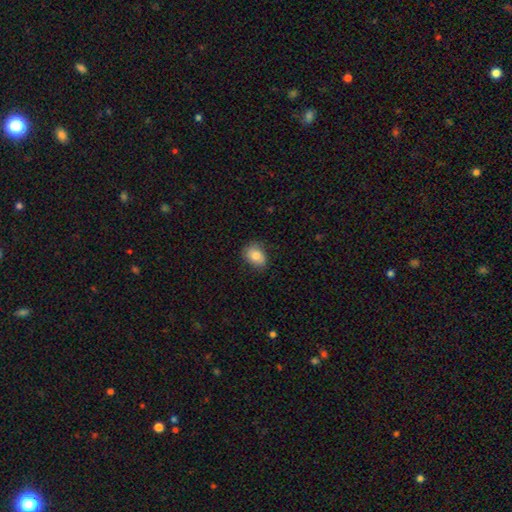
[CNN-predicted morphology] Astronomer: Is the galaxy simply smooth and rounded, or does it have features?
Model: smooth — 81%.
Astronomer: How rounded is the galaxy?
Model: in between — 64%.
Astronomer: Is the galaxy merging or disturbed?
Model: none — 75%.